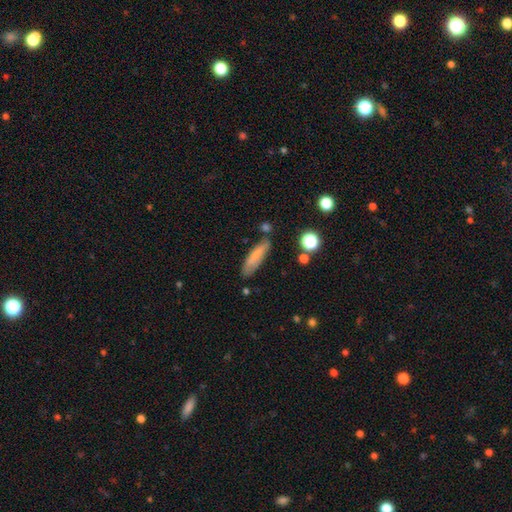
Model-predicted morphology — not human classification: Overall: smooth (70%). How rounded: cigar-shaped (73%). Merging: none (75%).